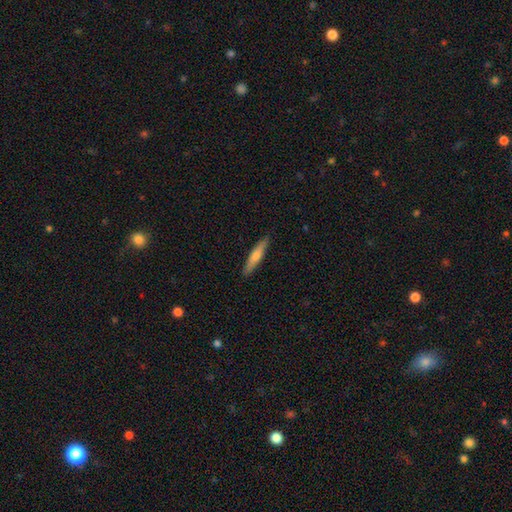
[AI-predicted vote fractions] smooth_or_featured: smooth (p=0.52) [alt: featured or disk p=0.42]
how_rounded: cigar-shaped (p=0.92) [alt: in between p=0.07]
merging: none (p=0.91) [alt: minor disturbance p=0.07]